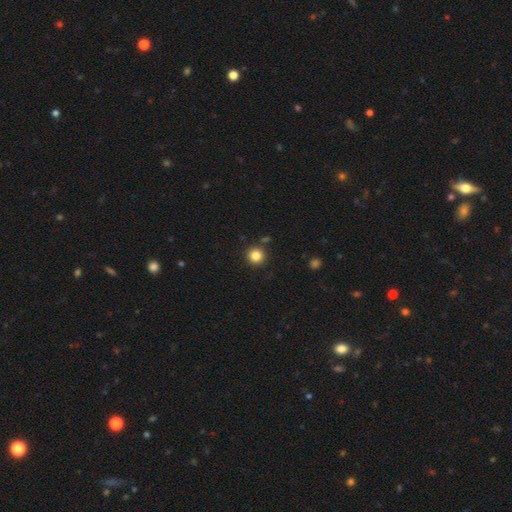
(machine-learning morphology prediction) Smooth or featured?
  - smooth: 83% *
  - star or artifact: 12%
  - featured or disk: 5%
How rounded?
  - round: 94% *
  - in between: 5%
  - cigar-shaped: 1%
Merging?
  - none: 88% *
  - minor disturbance: 6%
  - merger: 4%
  - major disturbance: 2%